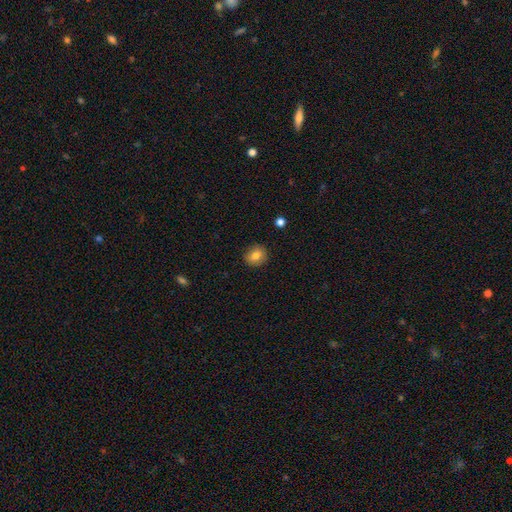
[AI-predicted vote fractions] smooth-or-featured: smooth: 81% | featured or disk: 10% | star or artifact: 9%
  how-rounded: round: 78% | in between: 21% | cigar-shaped: 1%
  merging: none: 90% | minor disturbance: 7% | major disturbance: 2% | merger: 1%